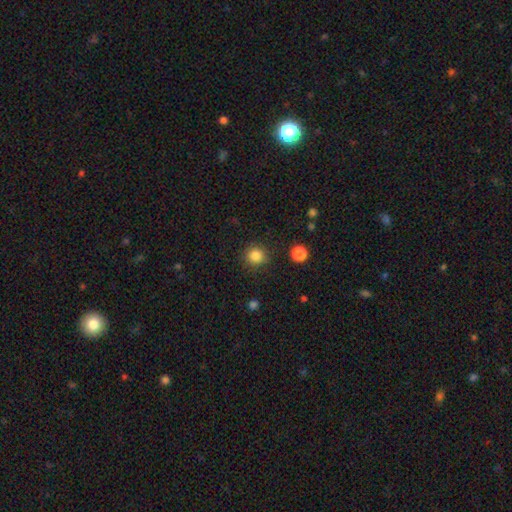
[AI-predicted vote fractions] Smooth or featured?
  - smooth: 85% *
  - star or artifact: 11%
  - featured or disk: 4%
How rounded?
  - round: 92% *
  - in between: 7%
  - cigar-shaped: 1%
Merging?
  - none: 89% *
  - minor disturbance: 7%
  - major disturbance: 3%
  - merger: 2%